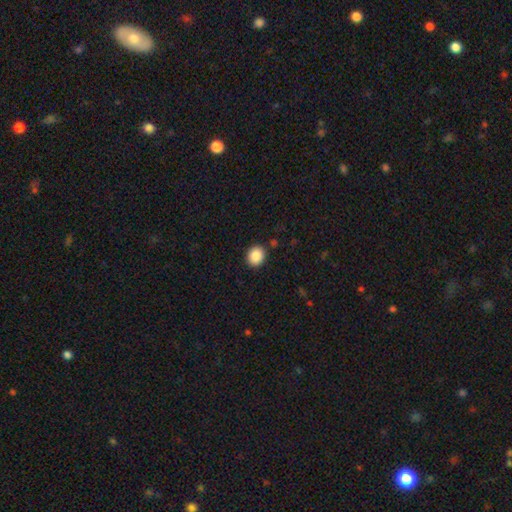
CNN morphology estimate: Overall: smooth (88%). How rounded: round (69%; in between 30%). Merging: none (89%).